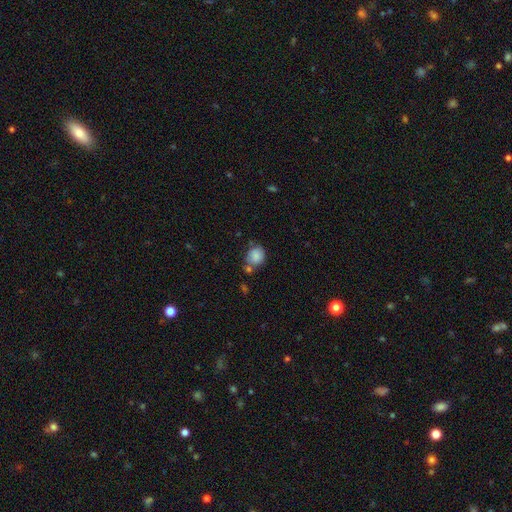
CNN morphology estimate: Q: Smooth or featured?
A: smooth (83%); runner-up: featured or disk (8%)
Q: How rounded?
A: round (66%); runner-up: in between (33%)
Q: Merging?
A: none (54%); runner-up: minor disturbance (21%)